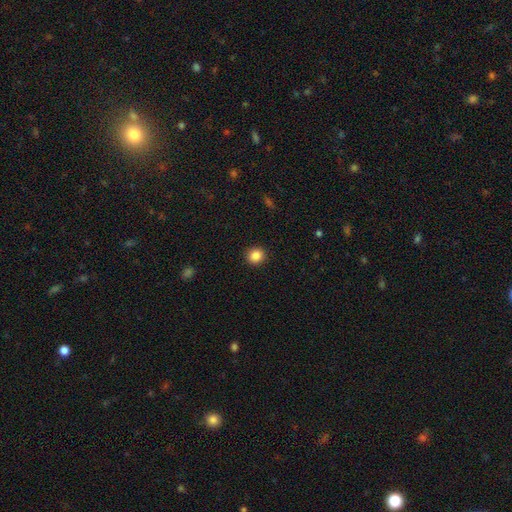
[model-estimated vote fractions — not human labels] smooth 87%, star or artifact 10%, featured or disk 4%. Down the decision tree: how rounded — round (85%); merging — none (91%).